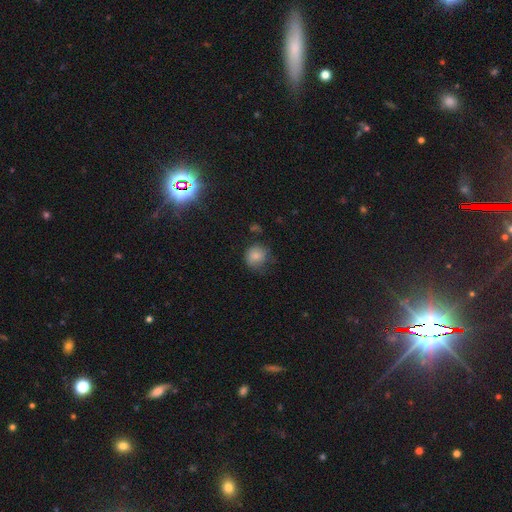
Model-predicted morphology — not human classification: Smooth or featured? smooth (76%)
How rounded? round (83%)
Merging? none (59%)